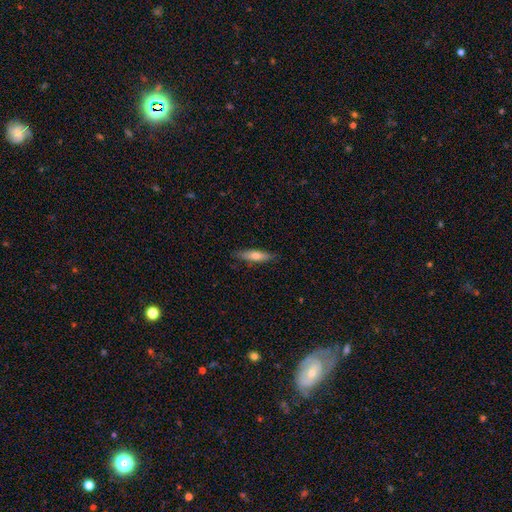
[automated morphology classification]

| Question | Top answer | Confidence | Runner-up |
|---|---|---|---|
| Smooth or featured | smooth | 63% | featured or disk (31%) |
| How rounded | cigar-shaped | 70% | in between (28%) |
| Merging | none | 86% | minor disturbance (11%) |